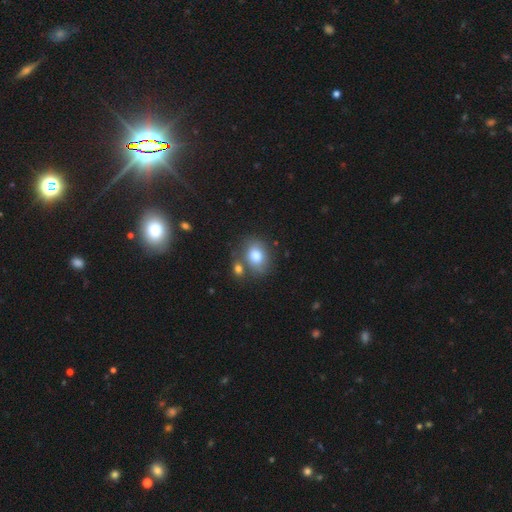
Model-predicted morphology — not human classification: smooth 80%, featured or disk 12%, star or artifact 9%. Down the decision tree: how rounded — in between (56%); merging — none (64%).